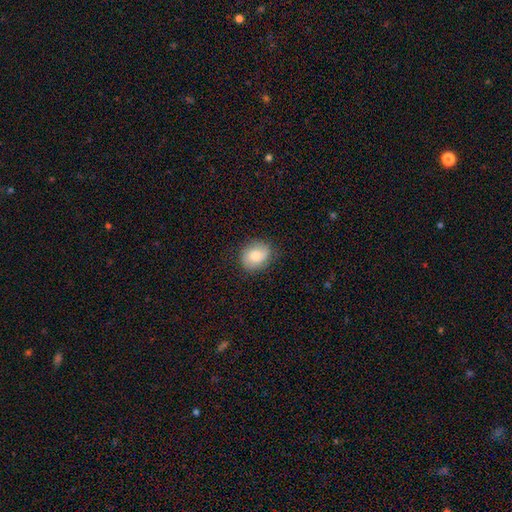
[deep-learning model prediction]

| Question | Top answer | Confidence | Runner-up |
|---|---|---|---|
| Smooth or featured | smooth | 74% | featured or disk (18%) |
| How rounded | round | 53% | in between (46%) |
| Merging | none | 80% | minor disturbance (15%) |